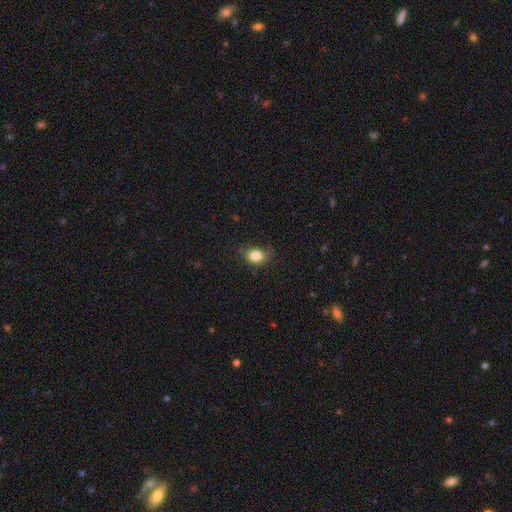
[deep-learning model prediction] This appears to be a smooth galaxy with no disk features (83%) that is in between round and cigar-shaped (54%). Merging: none (69%).